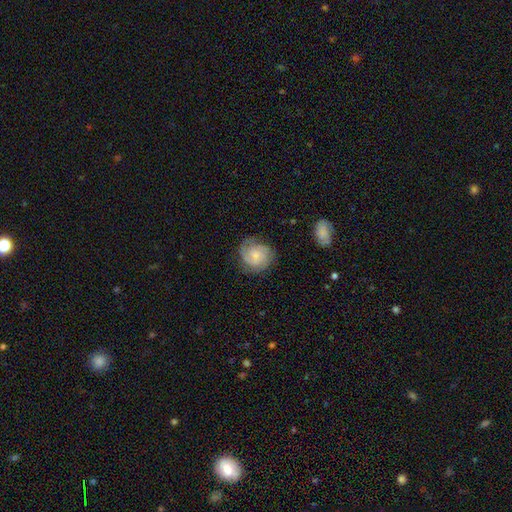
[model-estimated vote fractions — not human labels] This appears to be a featured or disk galaxy (77%) with no bar (64%), 2 (36%) tight (59%) spiral arms (96%) and a small central bulge (60%). Merging: none (76%).